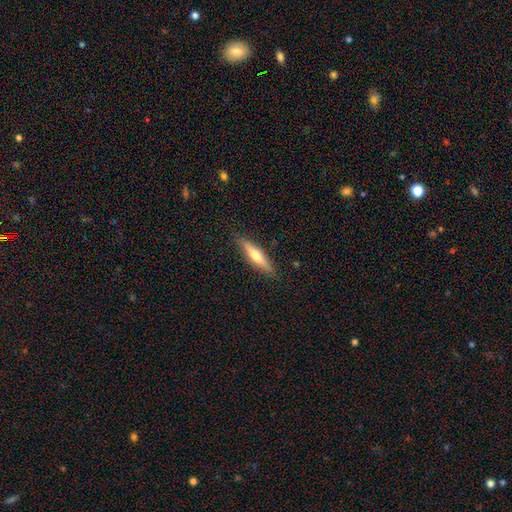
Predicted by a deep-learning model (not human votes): Smooth or featured? smooth (48%)
Merging? none (88%)